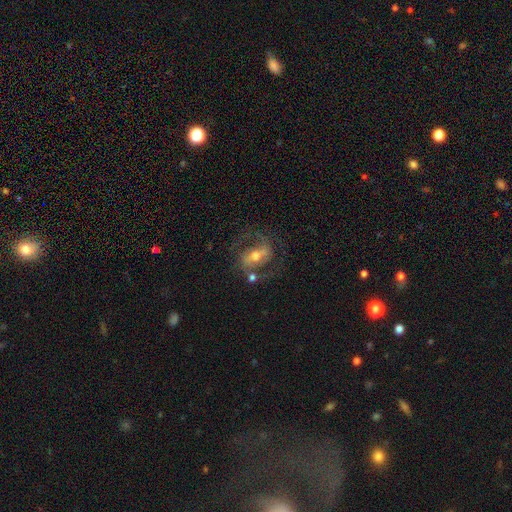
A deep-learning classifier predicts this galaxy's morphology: featured or disk 80%, smooth 12%, star or artifact 8%. Down the decision tree: edge-on disk — no (96%); bar — strong (41%); spiral arms — yes (90%); spiral arm count — 2 (87%); spiral winding — medium (56%); bulge size — moderate (63%); merging — none (64%).